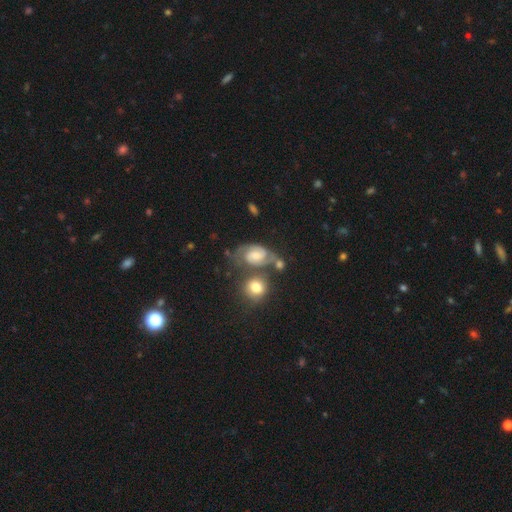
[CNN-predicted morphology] featured or disk 68%, smooth 22%, star or artifact 10%. Down the decision tree: edge-on disk — no (96%); bar — no (53%); spiral arms — yes (87%); spiral arm count — 2 (75%); spiral winding — medium (44%); bulge size — moderate (47%); merging — none (48%).